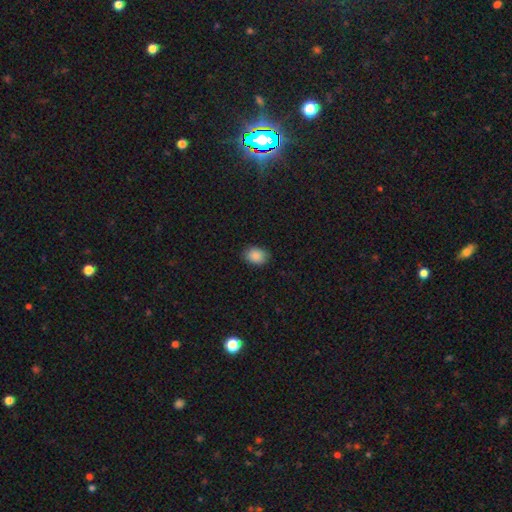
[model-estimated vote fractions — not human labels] The model was most divided on "how rounded": in between: 70%, round: 29%, cigar-shaped: 1%. More confident: smooth or featured — smooth (88%); merging — none (85%).